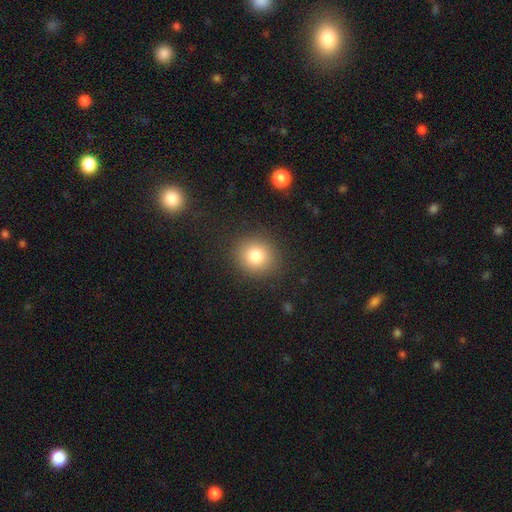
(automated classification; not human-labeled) The model was most divided on "smooth or featured": smooth: 77%, star or artifact: 16%, featured or disk: 7%. More confident: merging — none (91%); how rounded — round (89%).